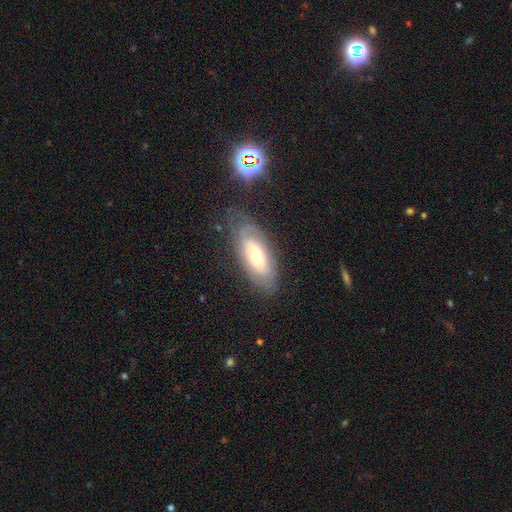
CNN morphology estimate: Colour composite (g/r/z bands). It shows a featured or disk galaxy (52%). Merging: none (68%).